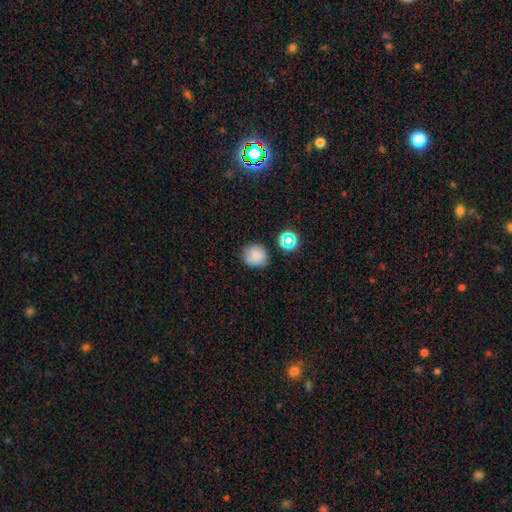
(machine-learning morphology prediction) smooth 78%, star or artifact 13%, featured or disk 8%. Down the decision tree: how rounded — round (83%); merging — none (76%).